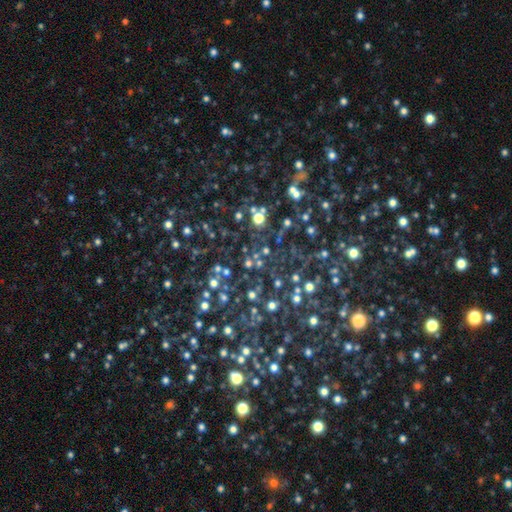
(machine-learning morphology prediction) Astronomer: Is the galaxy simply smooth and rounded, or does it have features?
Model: star or artifact — 72%.